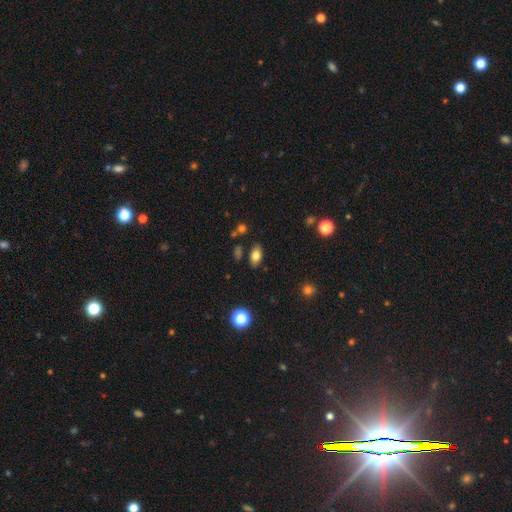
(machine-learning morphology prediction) Smooth or featured? smooth (78%)
How rounded? in between (89%)
Merging? none (83%)